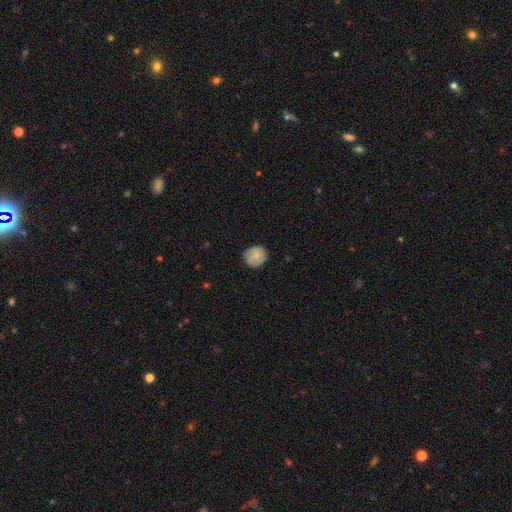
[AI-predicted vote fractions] Smooth or featured?
  - smooth: 77% *
  - featured or disk: 16%
  - star or artifact: 7%
How rounded?
  - round: 86% *
  - in between: 13%
  - cigar-shaped: 1%
Merging?
  - none: 82% *
  - minor disturbance: 14%
  - major disturbance: 3%
  - merger: 1%